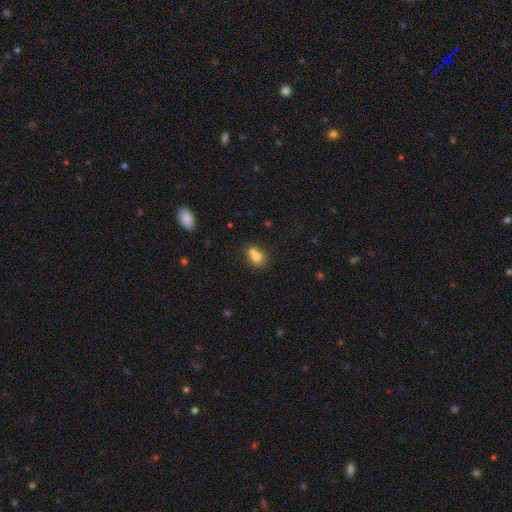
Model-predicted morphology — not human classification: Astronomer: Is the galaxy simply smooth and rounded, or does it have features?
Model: smooth — 72%.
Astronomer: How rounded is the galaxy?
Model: round — 55% (runner-up: in between, 43%).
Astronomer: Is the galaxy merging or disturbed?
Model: merger — 54% (runner-up: none, 33%).